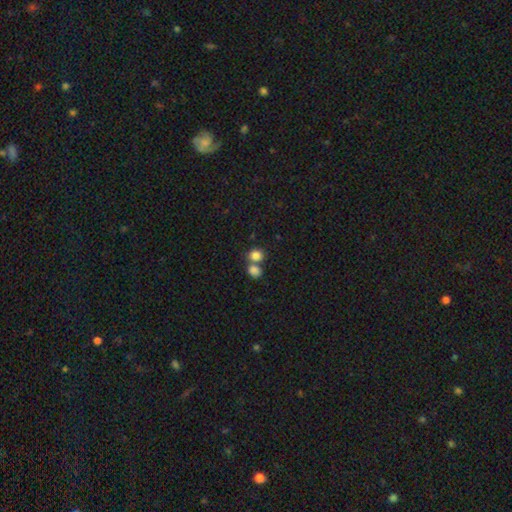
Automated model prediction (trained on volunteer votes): Smooth or featured? smooth (83%)
How rounded? round (67%)
Merging? none (46%)